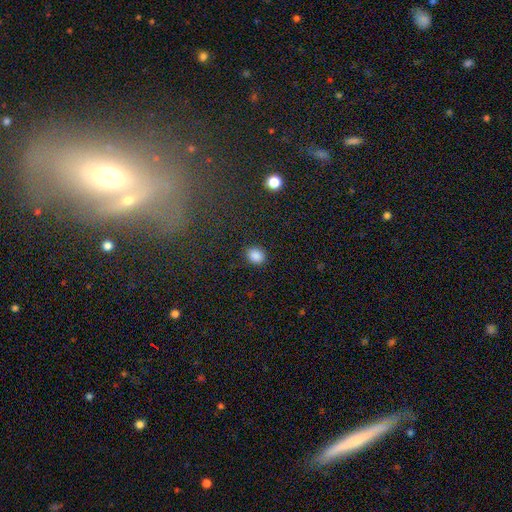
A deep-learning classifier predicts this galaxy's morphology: Smooth or featured? smooth (87%)
How rounded? round (64%)
Merging? none (89%)